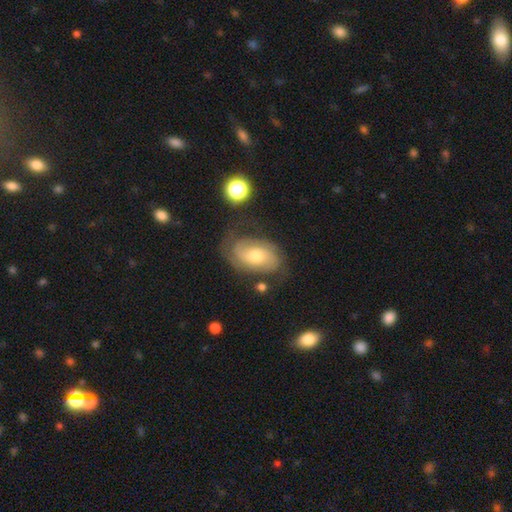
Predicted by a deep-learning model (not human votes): featured or disk 69%, smooth 23%, star or artifact 8%. Down the decision tree: edge-on disk — no (96%); bar — no (63%); spiral arms — yes (88%); spiral arm count — 2 (60%); spiral winding — tight (41%); bulge size — moderate (59%); merging — none (61%).